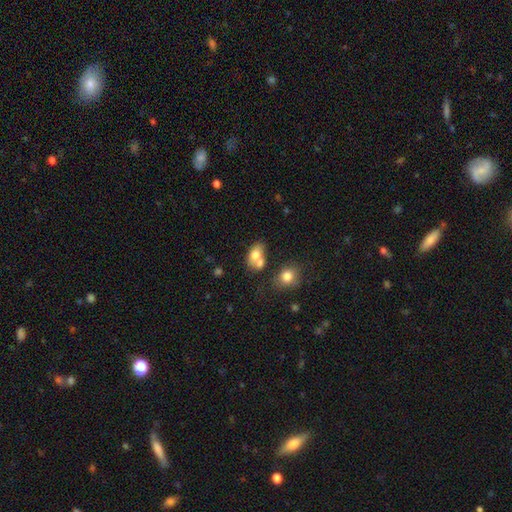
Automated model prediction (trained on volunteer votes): Smooth or featured? smooth (73%)
How rounded? in between (72%)
Merging? merger (52%)